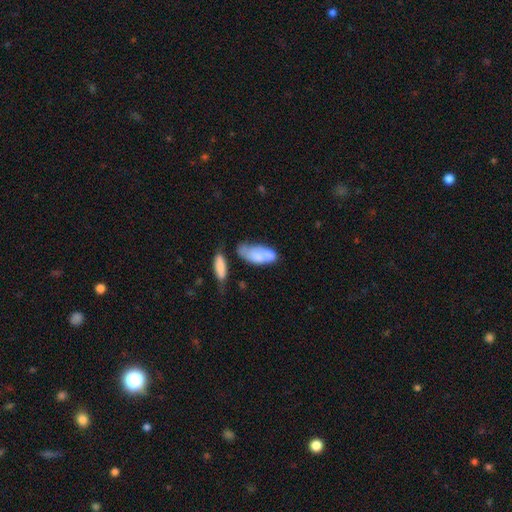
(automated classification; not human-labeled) smooth-or-featured: smooth: 65% | featured or disk: 27% | star or artifact: 8%
  how-rounded: in between: 84% | cigar-shaped: 13% | round: 3%
  merging: merger: 33% | none: 25% | minor disturbance: 23% | major disturbance: 19%